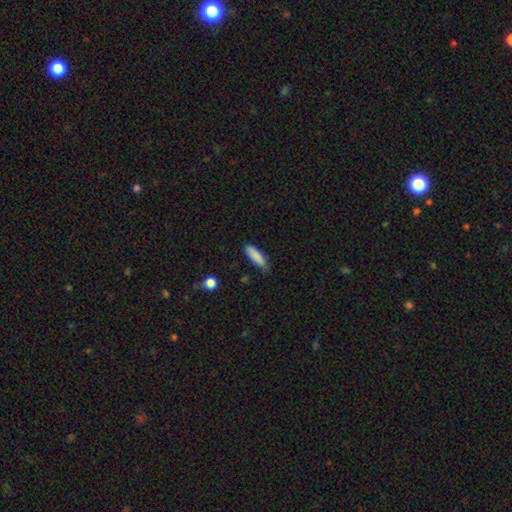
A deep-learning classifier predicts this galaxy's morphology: type=smooth (86%); roundness=cigar-shaped (60%); merging=none (72%).